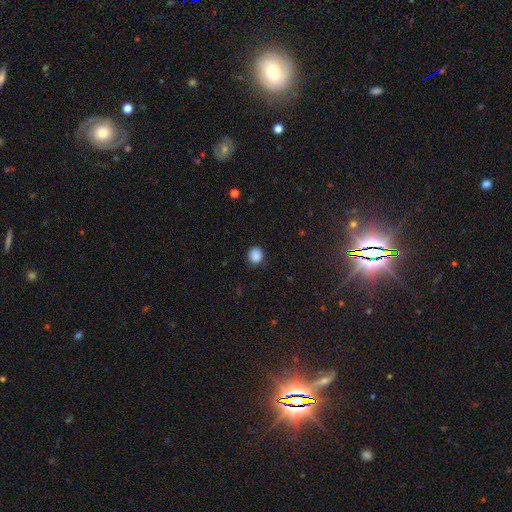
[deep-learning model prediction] The model was most divided on "how rounded": round: 77%, in between: 23%, cigar-shaped: 1%. More confident: smooth or featured — smooth (88%); merging — none (85%).